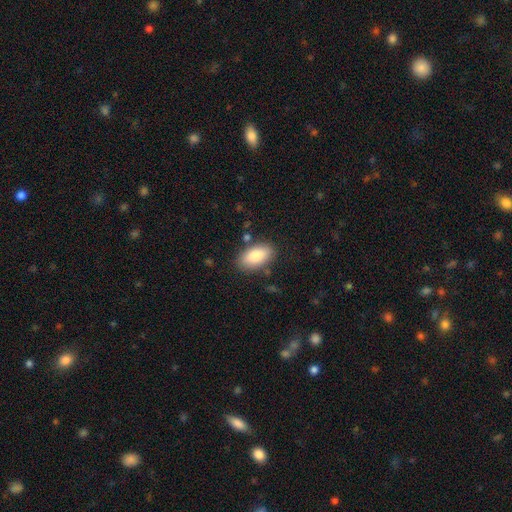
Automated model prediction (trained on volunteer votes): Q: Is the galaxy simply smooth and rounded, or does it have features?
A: smooth — 85%.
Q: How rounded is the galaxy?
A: in between — 94%.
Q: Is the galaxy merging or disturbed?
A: none — 82%.